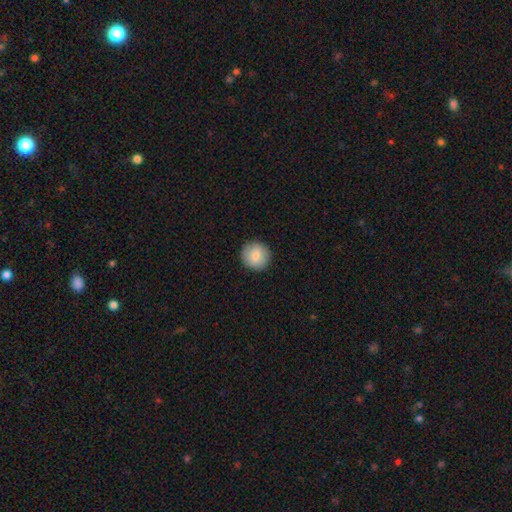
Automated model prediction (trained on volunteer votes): Q: Smooth or featured?
A: smooth (82%); runner-up: featured or disk (11%)
Q: How rounded?
A: round (94%); runner-up: in between (5%)
Q: Merging?
A: none (91%); runner-up: minor disturbance (6%)